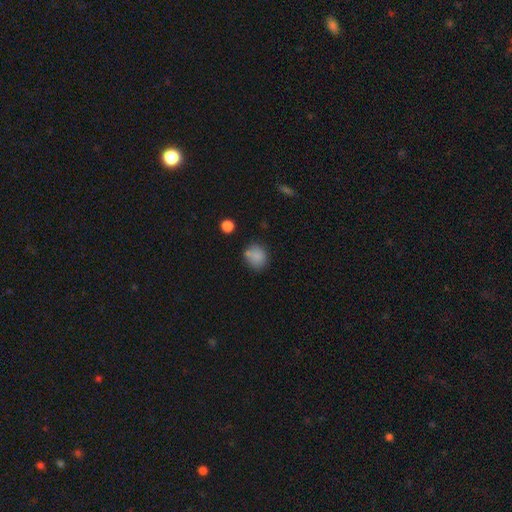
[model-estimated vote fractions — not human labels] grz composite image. It shows a smooth galaxy with no disk features (82%) that is round (75%). Merging: none (68%).